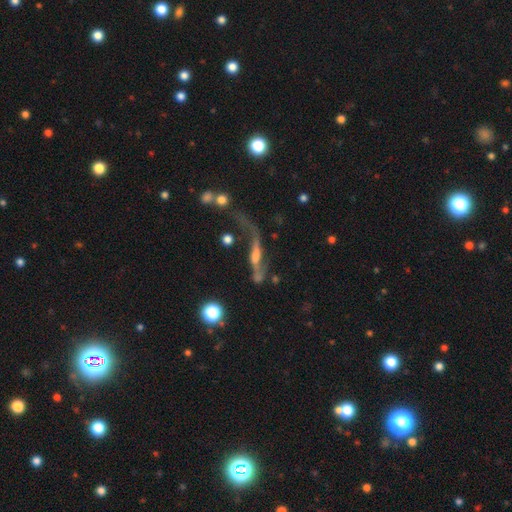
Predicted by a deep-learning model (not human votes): Smooth or featured? featured or disk (70%)
Edge-on disk? no (58%)
Merging? major disturbance (36%)